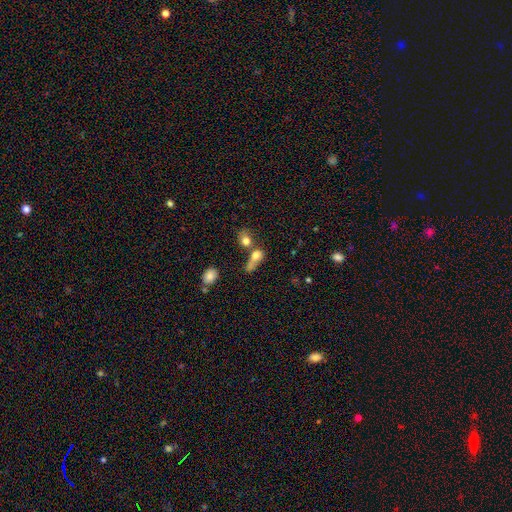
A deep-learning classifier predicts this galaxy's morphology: smooth-or-featured: smooth: 72% | featured or disk: 15% | star or artifact: 13%
  how-rounded: round: 49% | in between: 43% | cigar-shaped: 8%
  merging: merger: 55% | none: 24% | major disturbance: 12% | minor disturbance: 10%